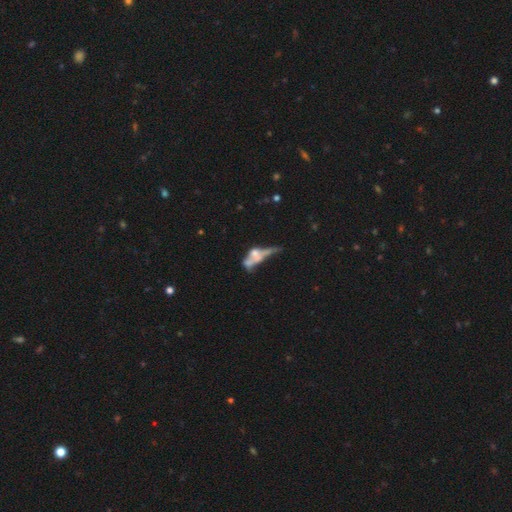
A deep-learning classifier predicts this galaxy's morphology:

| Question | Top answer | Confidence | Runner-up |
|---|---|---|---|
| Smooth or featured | featured or disk | 50% | smooth (37%) |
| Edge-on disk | no | 72% | yes (28%) |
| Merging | merger | 40% | major disturbance (29%) |